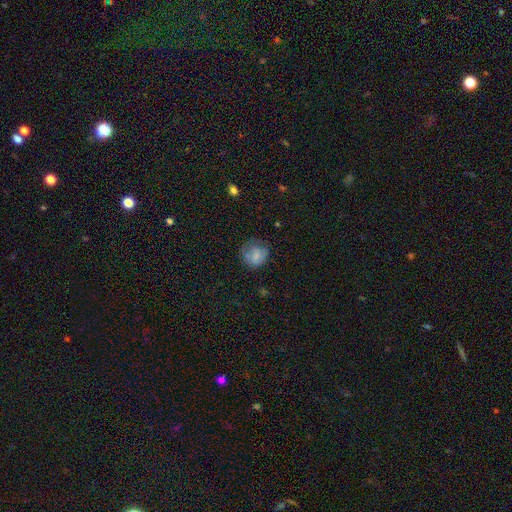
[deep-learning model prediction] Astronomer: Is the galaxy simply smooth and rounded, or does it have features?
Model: smooth — 70%.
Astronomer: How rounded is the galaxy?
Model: round — 80%.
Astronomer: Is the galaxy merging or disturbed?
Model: none — 59%.